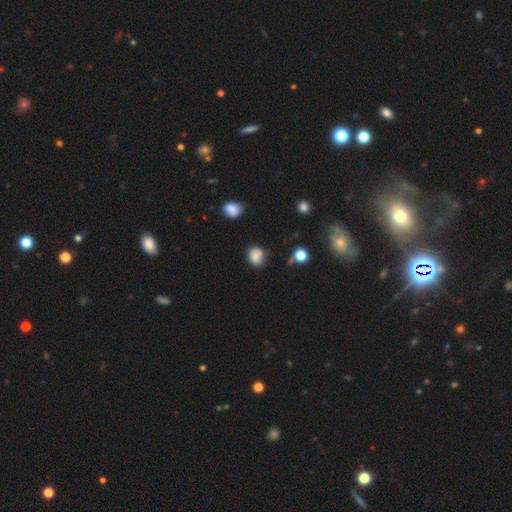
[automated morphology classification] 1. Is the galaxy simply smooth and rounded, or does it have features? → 79% smooth, 12% star or artifact, 9% featured or disk.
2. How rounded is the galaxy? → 51% in between, 47% round, 1% cigar-shaped.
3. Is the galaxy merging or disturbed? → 58% none, 23% minor disturbance, 13% merger, 6% major disturbance.